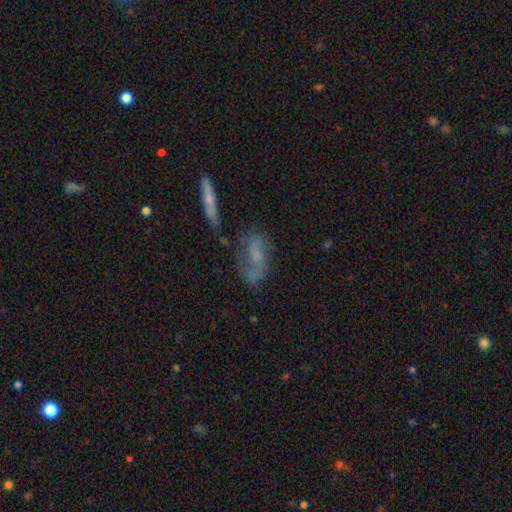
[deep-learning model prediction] Overall: featured or disk (57%; smooth 29%). Edge-on disk: no (91%). Bar: no (57%; weak 33%). Spiral arms: yes (73%). Bulge size: none (38%; small 36%). Merging: none (44%; major disturbance 23%).